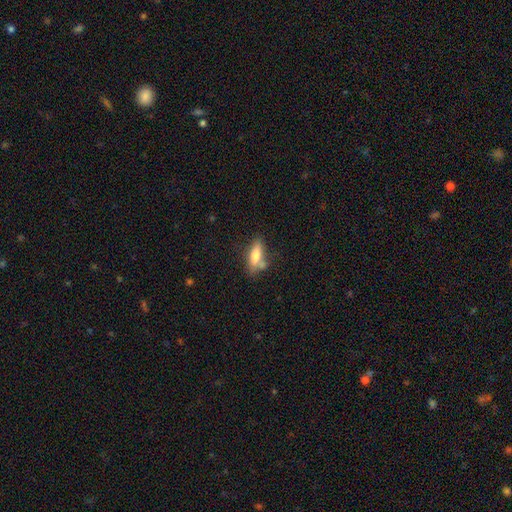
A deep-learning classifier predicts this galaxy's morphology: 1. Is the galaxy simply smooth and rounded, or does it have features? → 73% smooth, 20% featured or disk, 7% star or artifact.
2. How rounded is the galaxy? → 59% in between, 39% cigar-shaped, 3% round.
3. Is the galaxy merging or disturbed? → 56% none, 20% minor disturbance, 17% merger, 6% major disturbance.